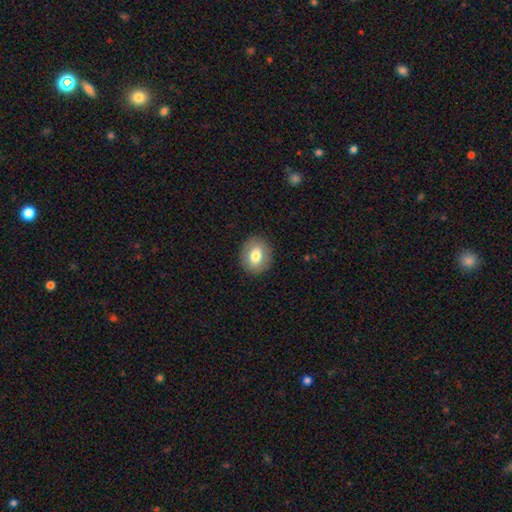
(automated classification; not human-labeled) Morphology: type=smooth (77%); roundness=round (60%); merging=none (89%).